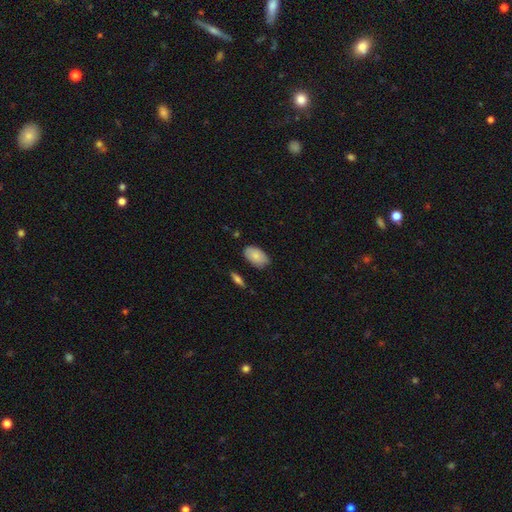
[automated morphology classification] Smooth or featured: smooth — 82% (featured or disk — 12%)
How rounded: in between — 94% (round — 5%)
Merging: none — 78% (minor disturbance — 18%)